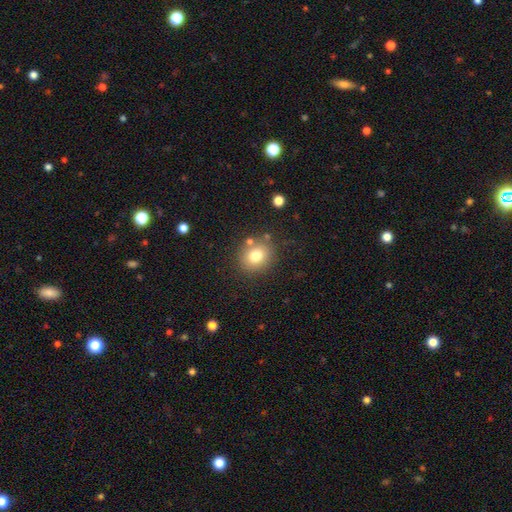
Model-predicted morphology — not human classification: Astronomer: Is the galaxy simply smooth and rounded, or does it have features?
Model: smooth — 76%.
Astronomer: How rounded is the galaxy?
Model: round — 74%.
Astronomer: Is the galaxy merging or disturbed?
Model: none — 80%.